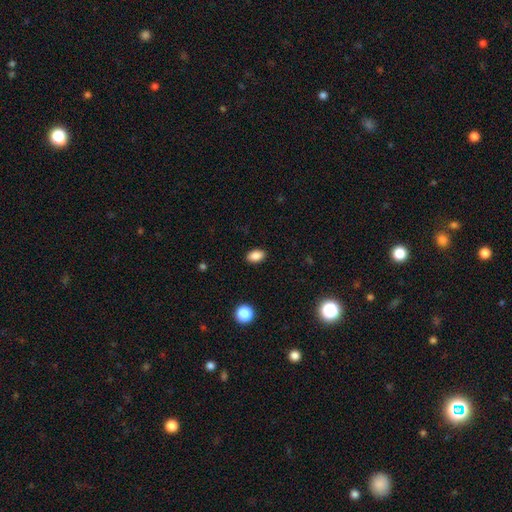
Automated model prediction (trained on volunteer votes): smooth-or-featured: smooth: 87% | star or artifact: 9% | featured or disk: 4%
  how-rounded: in between: 86% | round: 12% | cigar-shaped: 2%
  merging: none: 89% | minor disturbance: 7% | major disturbance: 2% | merger: 1%